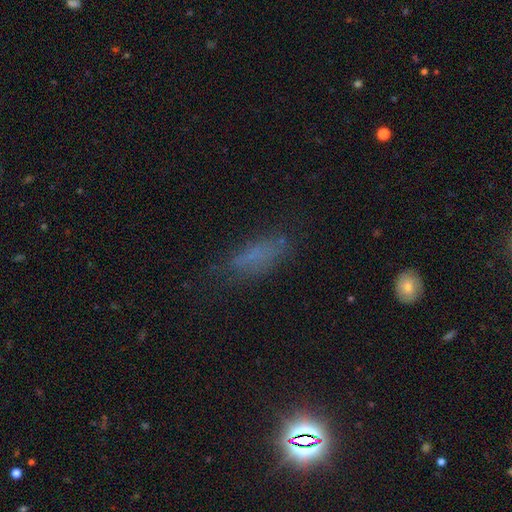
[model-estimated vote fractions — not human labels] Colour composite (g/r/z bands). It shows a smooth galaxy with no disk features (60%) that is in between round and cigar-shaped (57%). Merging: none (58%).